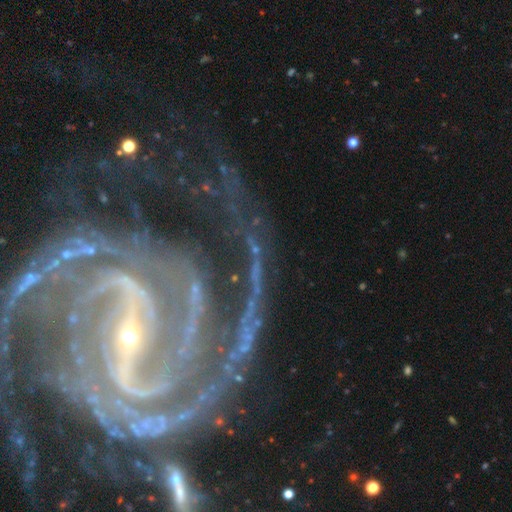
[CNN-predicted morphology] This appears to be a featured or disk galaxy (89%) with a strong bar (65%), 2 (41%) tight (47%) spiral arms (97%) and a small central bulge (82%). Merging: none (58%).